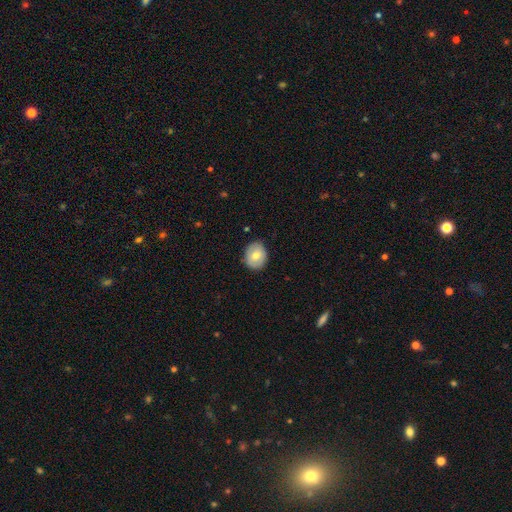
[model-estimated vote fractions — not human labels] This appears to be a smooth galaxy with no disk features (69%) that is round (57%). Merging: none (83%).